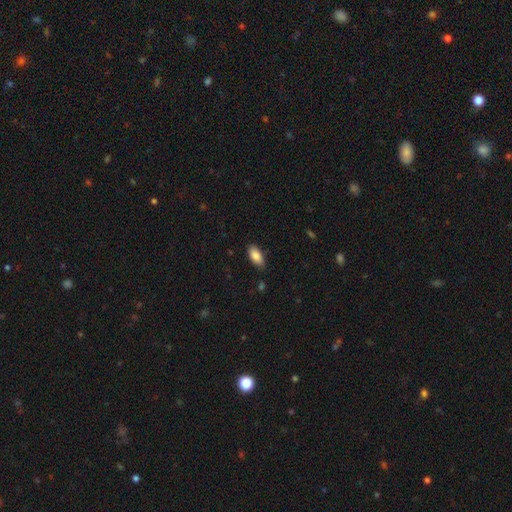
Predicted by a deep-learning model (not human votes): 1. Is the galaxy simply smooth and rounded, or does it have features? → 85% smooth, 8% featured or disk, 7% star or artifact.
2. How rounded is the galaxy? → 90% in between, 8% cigar-shaped, 2% round.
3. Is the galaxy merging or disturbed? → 82% none, 14% minor disturbance, 2% major disturbance, 1% merger.